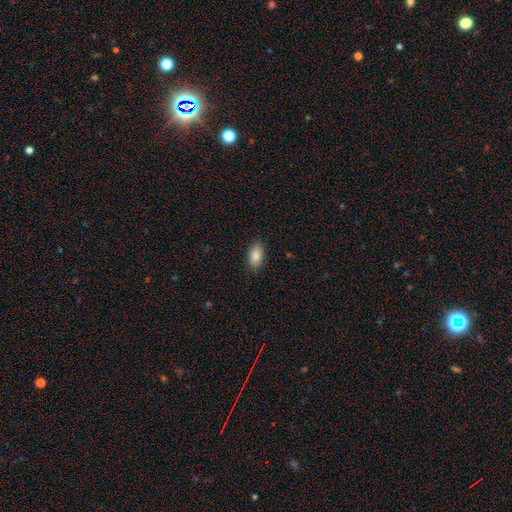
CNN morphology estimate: smooth_or_featured: smooth (p=0.87) [alt: star or artifact p=0.07]
how_rounded: in between (p=0.92) [alt: cigar-shaped p=0.04]
merging: none (p=0.87) [alt: minor disturbance p=0.10]